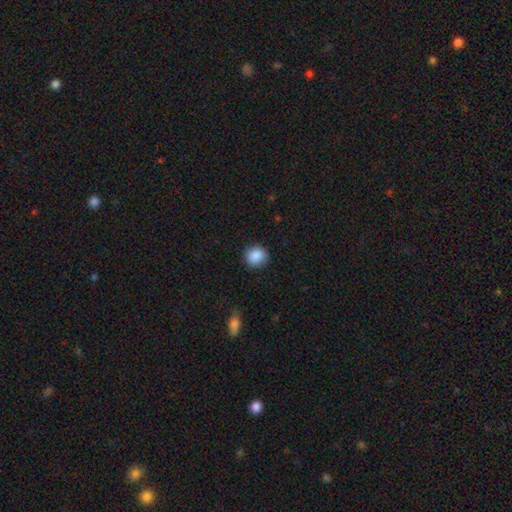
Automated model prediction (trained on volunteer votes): Smooth or featured: smooth — 88% (star or artifact — 8%)
How rounded: round — 86% (in between — 13%)
Merging: none — 87% (minor disturbance — 9%)